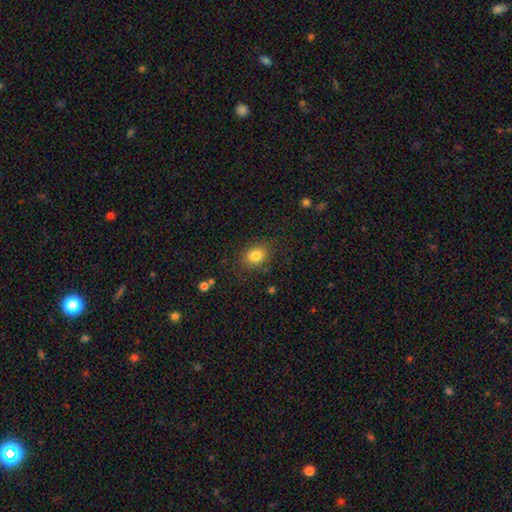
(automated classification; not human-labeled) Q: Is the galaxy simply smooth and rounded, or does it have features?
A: smooth — 82%.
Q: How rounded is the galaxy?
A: in between — 57%.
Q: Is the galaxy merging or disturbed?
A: none — 82%.